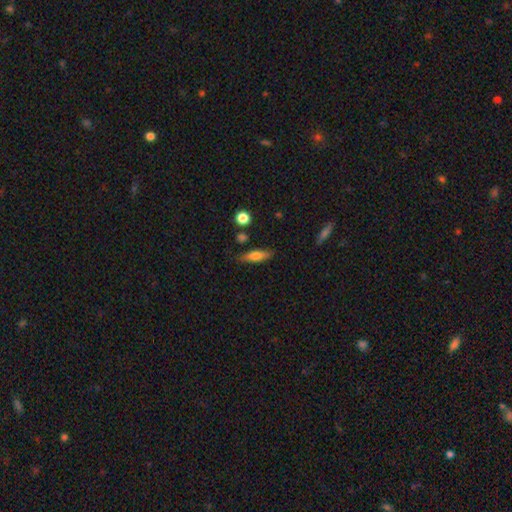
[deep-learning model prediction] A smooth galaxy with no disk features (68%) that is cigar-shaped (57%). Merging: none (79%).